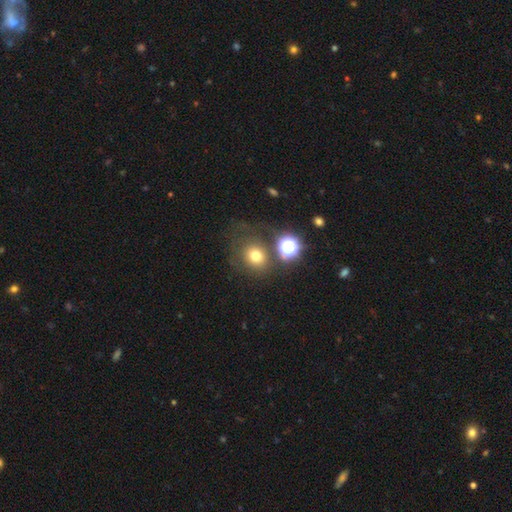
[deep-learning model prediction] A smooth galaxy with no disk features (70%) that is round (77%). Merging: none (64%).